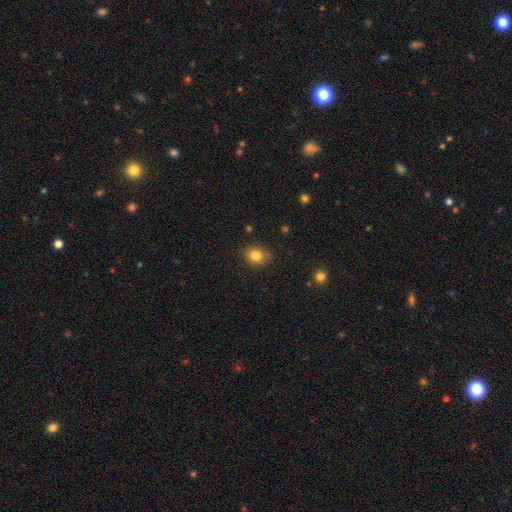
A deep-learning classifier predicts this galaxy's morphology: Q: Smooth or featured?
A: smooth (83%); runner-up: star or artifact (11%)
Q: How rounded?
A: round (65%); runner-up: in between (34%)
Q: Merging?
A: none (81%); runner-up: minor disturbance (14%)